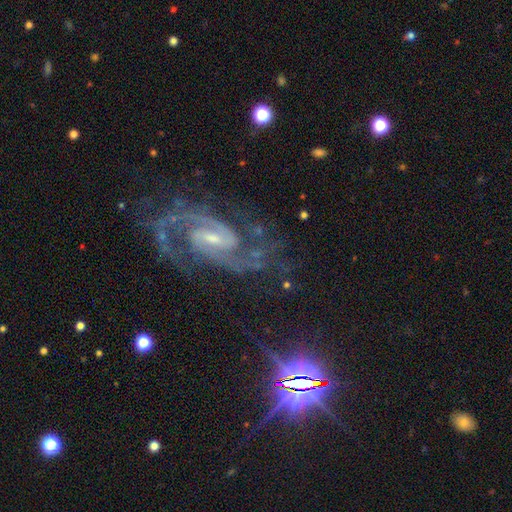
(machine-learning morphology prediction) smooth-or-featured: featured or disk: 89% | star or artifact: 8% | smooth: 3%
  disk-edge-on: no: 97% | yes: 3%
    bar: weak: 48% | strong: 27% | no: 24%
    has-spiral-arms: yes: 99% | no: 1%
      spiral-winding: medium: 55% | tight: 36% | loose: 9%
      spiral-arm-count: 2: 82% | 3: 6% | can't tell: 4% | 4: 3% | 1: 2% | more than 4: 2%
    bulge-size: small: 70% | moderate: 23% | none: 5% | large: 1% | dominant: 1%
  merging: none: 76% | minor disturbance: 15% | major disturbance: 8% | merger: 2%